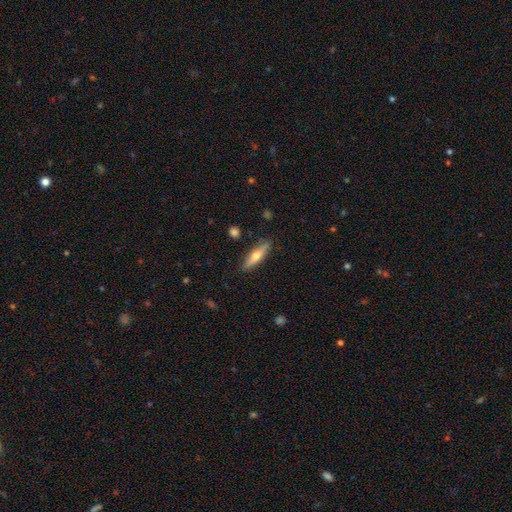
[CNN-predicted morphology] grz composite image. It shows a featured or disk galaxy (49%). Merging: none (87%).